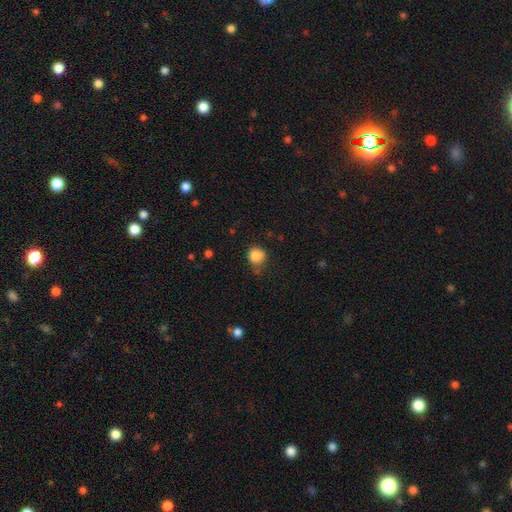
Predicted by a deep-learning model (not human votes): A smooth galaxy with no disk features (85%) that is round (84%). Merging: none (63%).